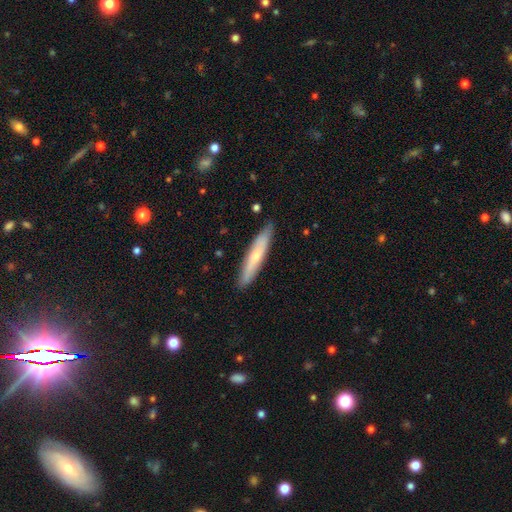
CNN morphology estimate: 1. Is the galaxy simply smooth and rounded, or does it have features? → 56% smooth, 38% featured or disk, 6% star or artifact.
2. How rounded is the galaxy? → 89% cigar-shaped, 10% in between, 1% round.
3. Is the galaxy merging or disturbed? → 88% none, 9% minor disturbance, 2% major disturbance, 1% merger.